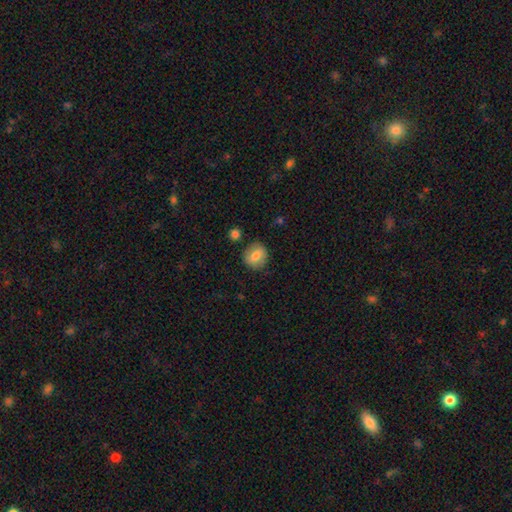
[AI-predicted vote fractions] smooth_or_featured: smooth (p=0.76) [alt: featured or disk p=0.16]
how_rounded: round (p=0.78) [alt: in between p=0.21]
merging: none (p=0.83) [alt: minor disturbance p=0.11]